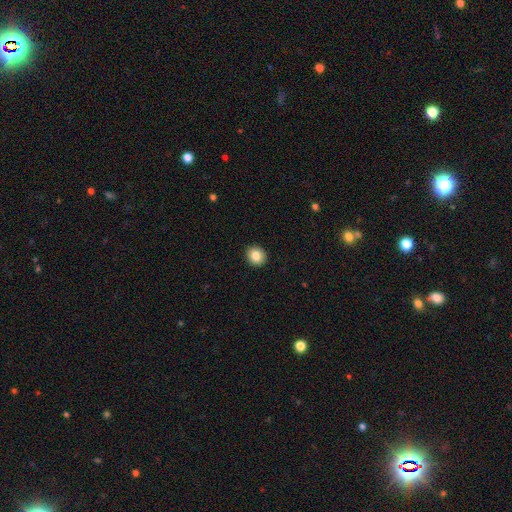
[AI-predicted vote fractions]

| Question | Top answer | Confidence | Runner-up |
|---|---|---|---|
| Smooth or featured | smooth | 84% | star or artifact (9%) |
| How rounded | round | 84% | in between (15%) |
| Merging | none | 92% | minor disturbance (5%) |